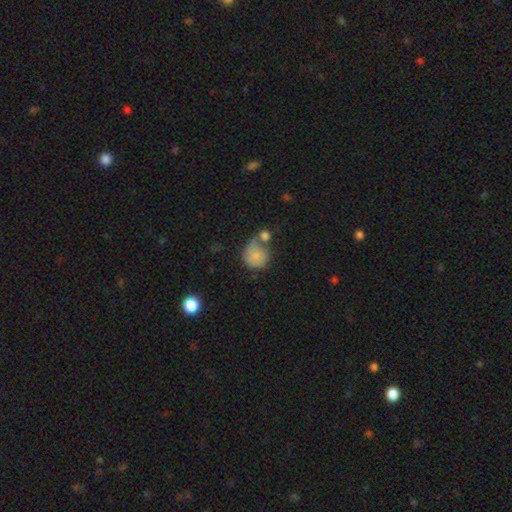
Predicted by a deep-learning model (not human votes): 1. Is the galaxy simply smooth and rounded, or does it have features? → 80% smooth, 12% featured or disk, 8% star or artifact.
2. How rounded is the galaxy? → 86% round, 13% in between, 1% cigar-shaped.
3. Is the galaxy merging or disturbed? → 42% none, 30% merger, 19% minor disturbance, 8% major disturbance.